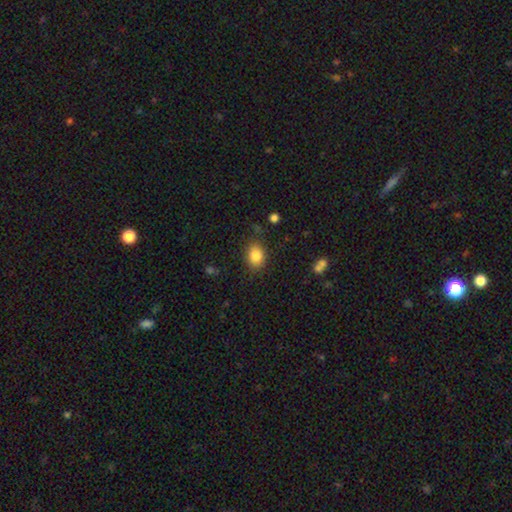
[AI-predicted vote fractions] Smooth or featured? smooth (86%)
How rounded? in between (63%)
Merging? none (80%)